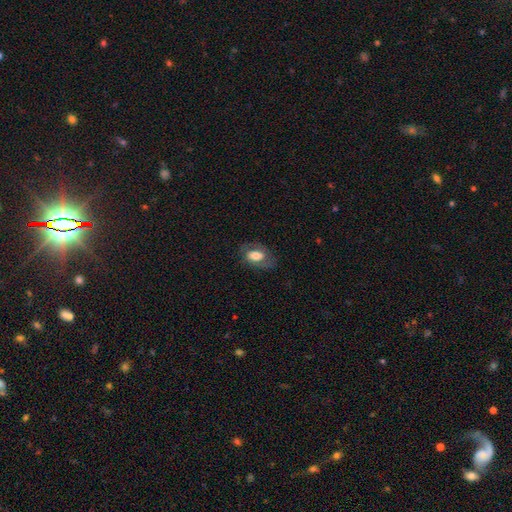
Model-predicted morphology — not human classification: A smooth galaxy with no disk features (59%) that is in between round and cigar-shaped (87%). Merging: none (71%).